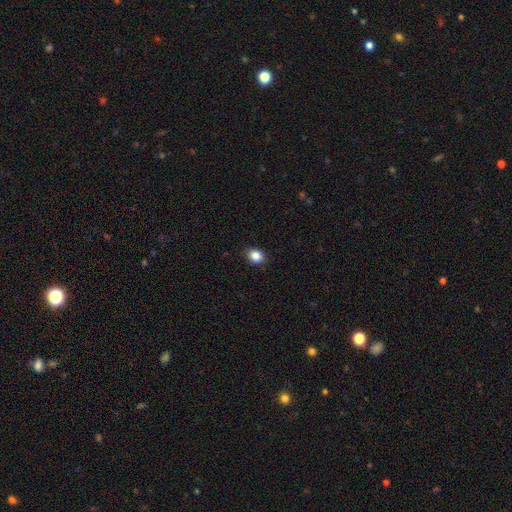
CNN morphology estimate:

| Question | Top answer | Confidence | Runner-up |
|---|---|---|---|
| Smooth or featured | smooth | 86% | star or artifact (10%) |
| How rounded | in between | 59% | round (40%) |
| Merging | none | 87% | minor disturbance (10%) |